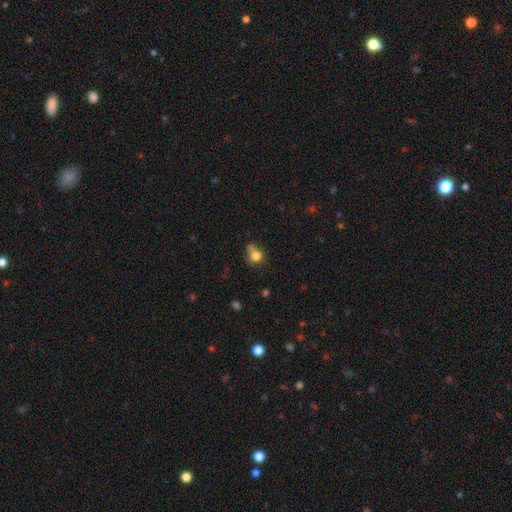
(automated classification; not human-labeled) Smooth or featured? smooth (76%)
How rounded? round (67%)
Merging? none (42%)